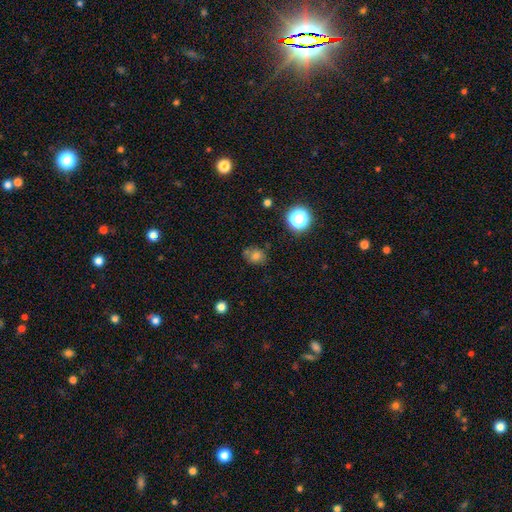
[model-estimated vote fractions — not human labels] Smooth or featured: smooth — 71% (star or artifact — 17%)
How rounded: round — 57% (in between — 42%)
Merging: none — 64% (minor disturbance — 21%)